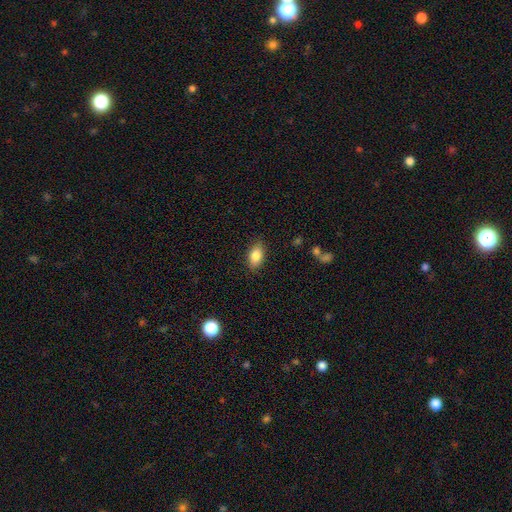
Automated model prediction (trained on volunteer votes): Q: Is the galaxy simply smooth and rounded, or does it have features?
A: smooth — 84%.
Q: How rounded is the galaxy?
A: in between — 89%.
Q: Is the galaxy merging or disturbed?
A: none — 86%.